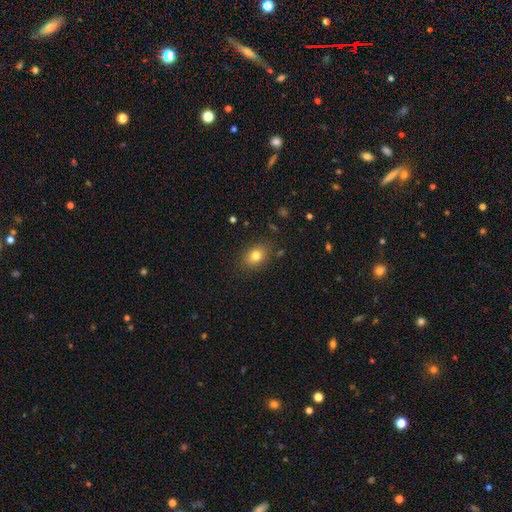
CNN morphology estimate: Q: Smooth or featured?
A: smooth (80%); runner-up: star or artifact (11%)
Q: How rounded?
A: in between (63%); runner-up: round (36%)
Q: Merging?
A: none (85%); runner-up: minor disturbance (11%)